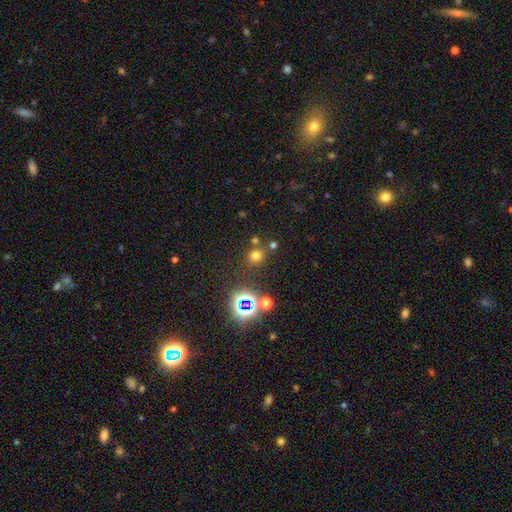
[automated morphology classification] A smooth galaxy with no disk features (64%) that is round (86%). Merging: none (78%).